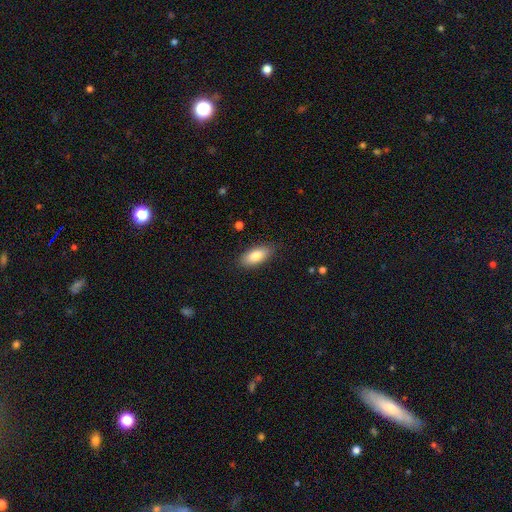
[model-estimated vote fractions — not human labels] smooth-or-featured: smooth: 85% | featured or disk: 9% | star or artifact: 7%
  how-rounded: in between: 87% | cigar-shaped: 10% | round: 2%
  merging: none: 85% | minor disturbance: 11% | major disturbance: 3% | merger: 1%